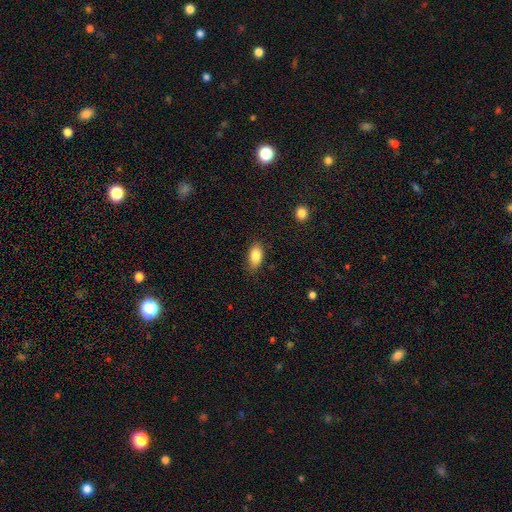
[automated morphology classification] smooth-or-featured: smooth: 84% | featured or disk: 8% | star or artifact: 8%
  how-rounded: in between: 90% | round: 5% | cigar-shaped: 5%
  merging: none: 79% | minor disturbance: 16% | major disturbance: 3% | merger: 1%